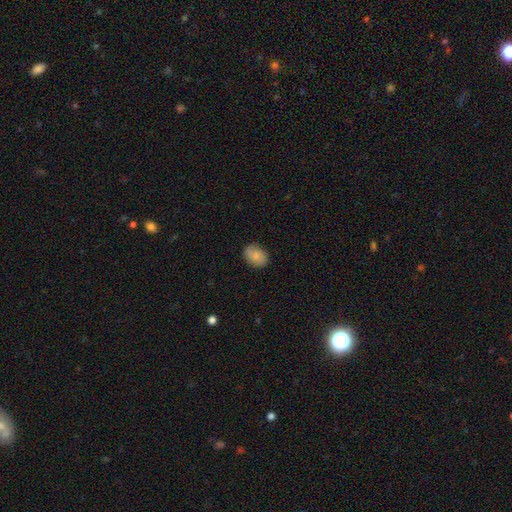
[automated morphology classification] Smooth or featured? Predicted: smooth (p=0.84). How rounded? Predicted: in between (p=0.71). Merging? Predicted: none (p=0.83).